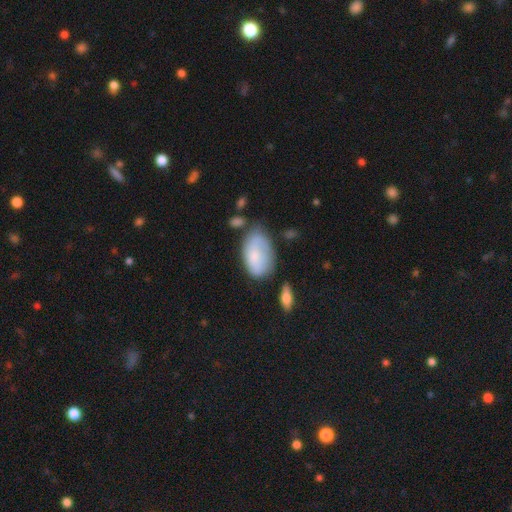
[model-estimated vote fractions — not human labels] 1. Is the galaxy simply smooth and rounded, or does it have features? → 75% smooth, 18% featured or disk, 7% star or artifact.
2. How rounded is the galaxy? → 93% in between, 6% round, 2% cigar-shaped.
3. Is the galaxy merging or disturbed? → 49% none, 33% minor disturbance, 11% major disturbance, 7% merger.